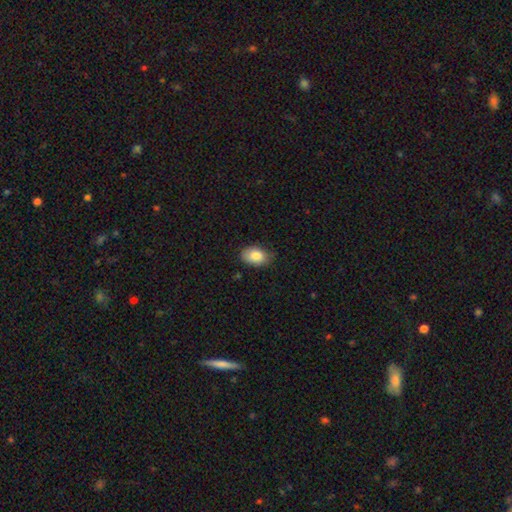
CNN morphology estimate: This is clearly a smooth galaxy (84%). How rounded: clearly in between (88%). Merging: likely none (76%).